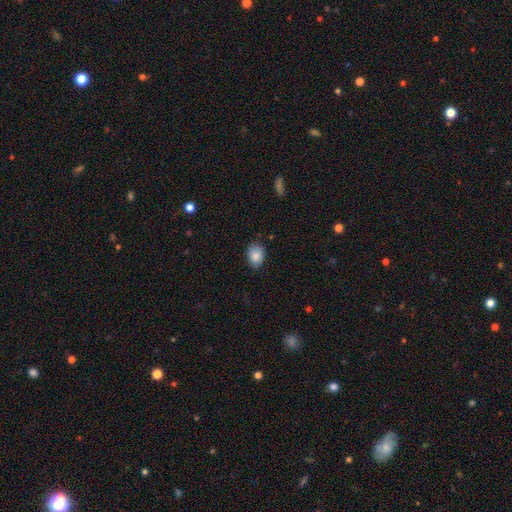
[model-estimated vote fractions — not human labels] Smooth or featured?
  - smooth: 86% *
  - star or artifact: 8%
  - featured or disk: 6%
How rounded?
  - in between: 66% *
  - round: 33%
  - cigar-shaped: 1%
Merging?
  - none: 77% *
  - minor disturbance: 18%
  - major disturbance: 3%
  - merger: 1%